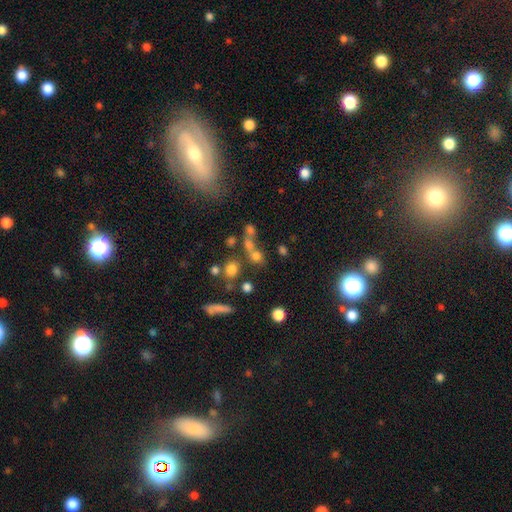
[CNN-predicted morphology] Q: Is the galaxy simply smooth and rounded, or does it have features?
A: smooth — 66%.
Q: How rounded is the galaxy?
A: round — 72%.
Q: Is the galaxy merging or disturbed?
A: none — 48%.